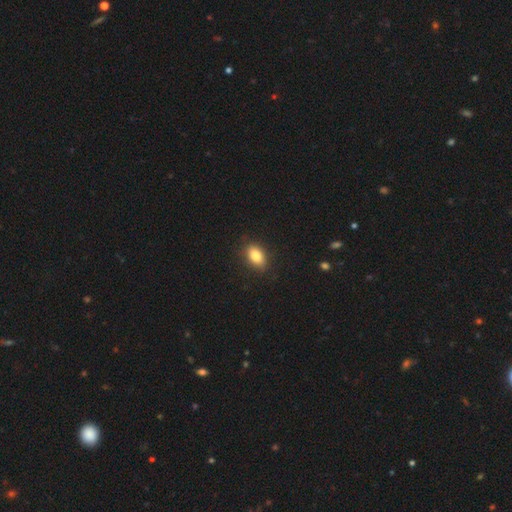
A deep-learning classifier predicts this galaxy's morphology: smooth 84%, star or artifact 9%, featured or disk 8%. Down the decision tree: how rounded — in between (87%); merging — none (86%).